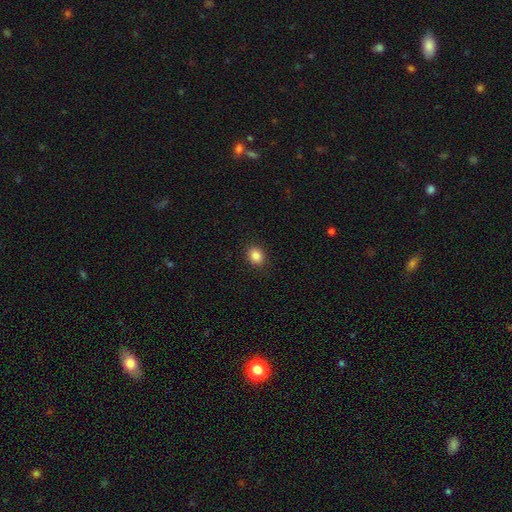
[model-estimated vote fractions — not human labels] This is clearly a smooth galaxy (86%). How rounded: possibly round (59%). Merging: clearly none (90%).